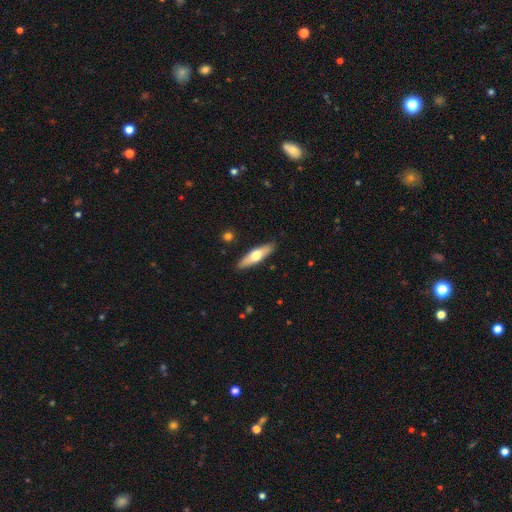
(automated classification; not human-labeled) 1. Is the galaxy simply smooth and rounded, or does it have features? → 54% smooth, 41% featured or disk, 5% star or artifact.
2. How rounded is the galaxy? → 62% cigar-shaped, 36% in between, 2% round.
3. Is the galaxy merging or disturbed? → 89% none, 8% minor disturbance, 2% major disturbance, 1% merger.